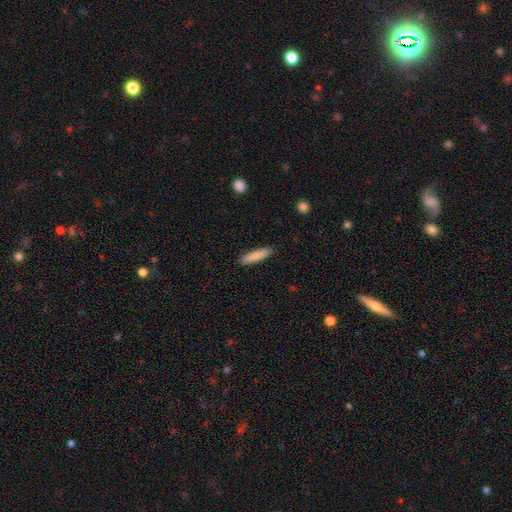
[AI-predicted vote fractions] Overall: smooth (87%). How rounded: cigar-shaped (78%). Merging: none (90%).